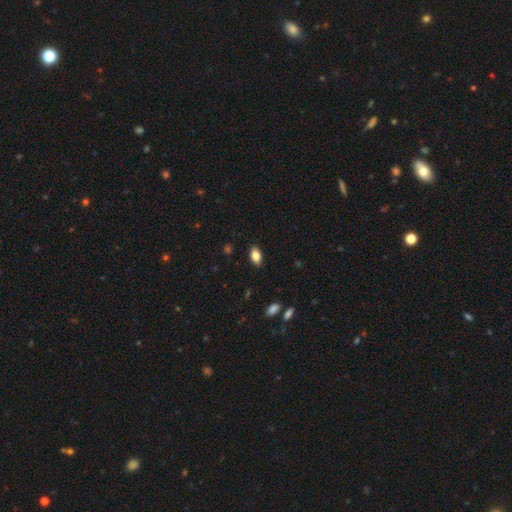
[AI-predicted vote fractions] smooth_or_featured: smooth (p=0.84) [alt: star or artifact p=0.08]
how_rounded: in between (p=0.90) [alt: round p=0.05]
merging: none (p=0.88) [alt: minor disturbance p=0.09]